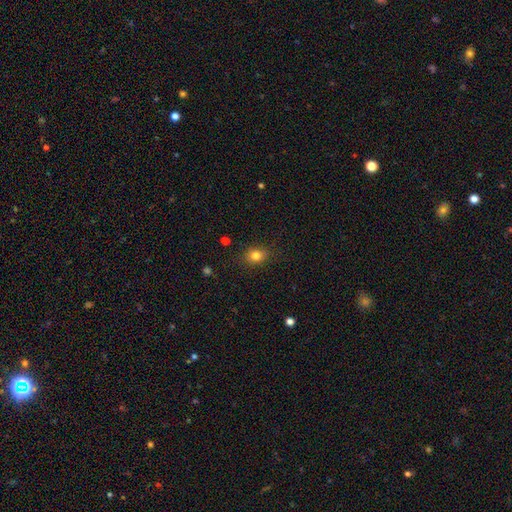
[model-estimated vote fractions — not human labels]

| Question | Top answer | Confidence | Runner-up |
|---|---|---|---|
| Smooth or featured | smooth | 82% | star or artifact (12%) |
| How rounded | round | 51% | in between (48%) |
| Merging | none | 85% | minor disturbance (11%) |